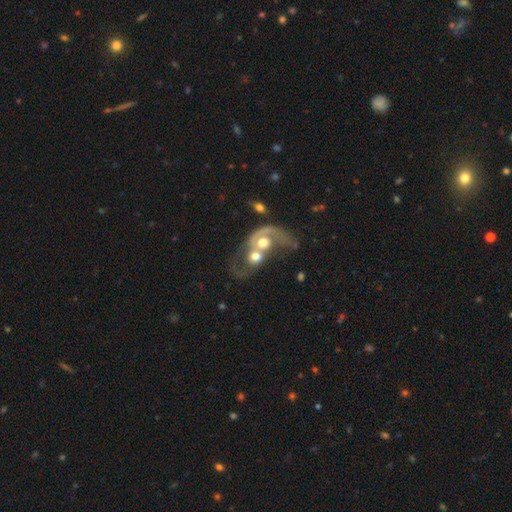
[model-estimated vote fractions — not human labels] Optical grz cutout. It shows a featured or disk galaxy (62%) with no bar (79%), spiral arms (66%) and a moderate central bulge (53%). Merging: merger (76%).